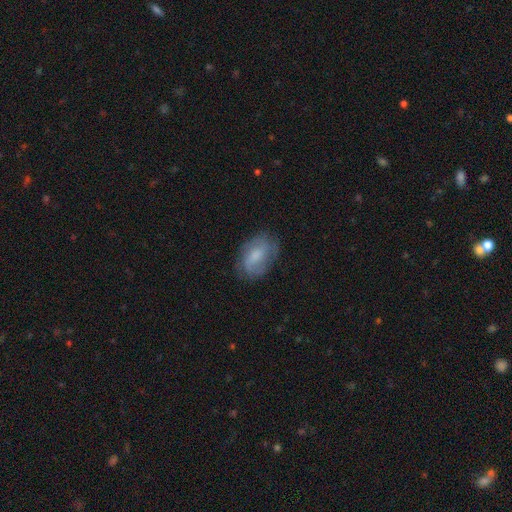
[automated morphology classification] A smooth galaxy with no disk features (51%) that is in between round and cigar-shaped (86%). Merging: none (68%).